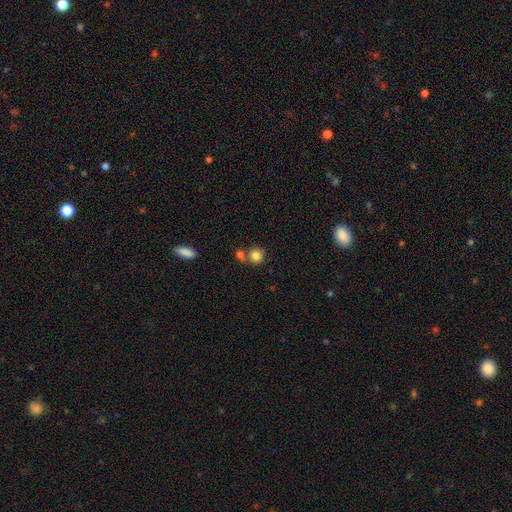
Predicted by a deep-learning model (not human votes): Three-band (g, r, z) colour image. It shows a smooth galaxy with no disk features (83%) that is round (87%). Merging: none (54%).